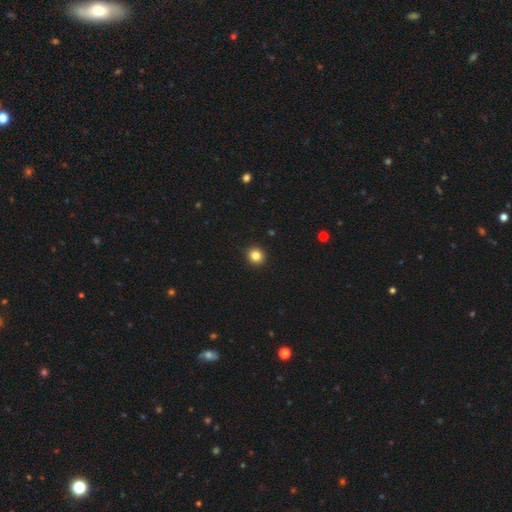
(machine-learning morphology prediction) This appears to be a smooth galaxy with no disk features (84%) that is round (89%). Merging: none (93%).